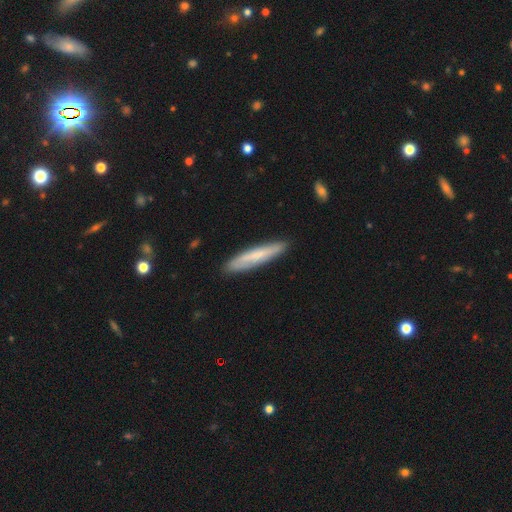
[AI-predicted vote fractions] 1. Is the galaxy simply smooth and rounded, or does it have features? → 62% smooth, 32% featured or disk, 6% star or artifact.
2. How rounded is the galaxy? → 90% cigar-shaped, 9% in between, 1% round.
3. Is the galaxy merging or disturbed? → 85% none, 11% minor disturbance, 2% major disturbance, 2% merger.